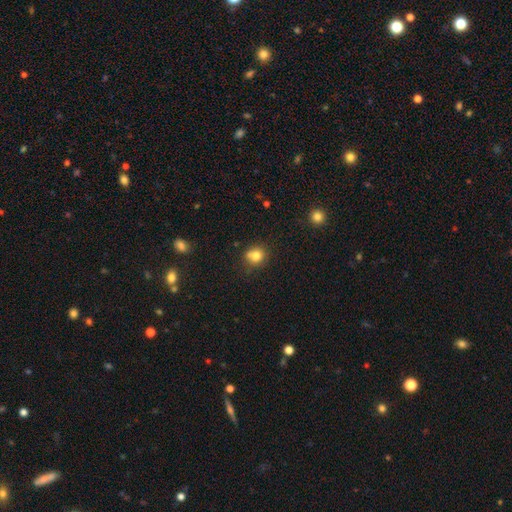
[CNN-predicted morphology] The model was most divided on "merging": none: 64%, minor disturbance: 17%, merger: 15%, major disturbance: 4%. More confident: how rounded — round (80%); smooth or featured — smooth (78%).